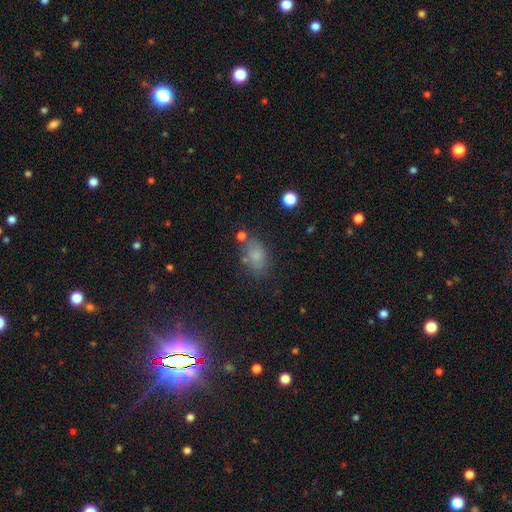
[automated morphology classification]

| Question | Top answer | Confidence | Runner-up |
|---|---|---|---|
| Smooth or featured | smooth | 75% | star or artifact (14%) |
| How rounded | in between | 85% | round (12%) |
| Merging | none | 68% | minor disturbance (18%) |